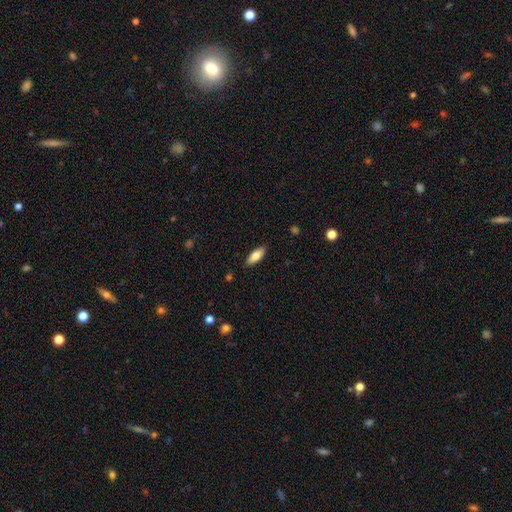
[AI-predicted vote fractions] The model was most divided on "how rounded": in between: 78%, cigar-shaped: 20%, round: 2%. More confident: merging — none (87%); smooth or featured — smooth (77%).